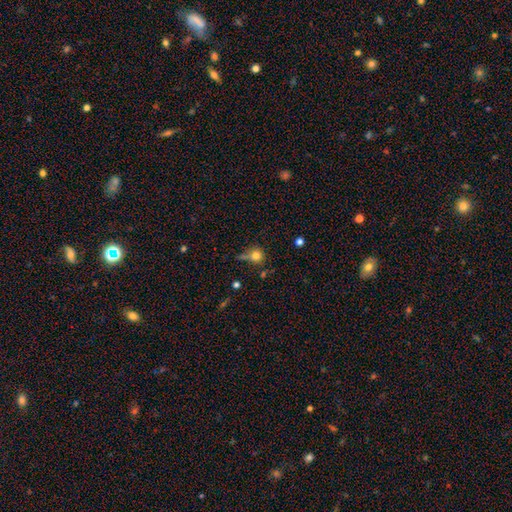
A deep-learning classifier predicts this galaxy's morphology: Smooth or featured? smooth (77%)
How rounded? round (85%)
Merging? none (54%)